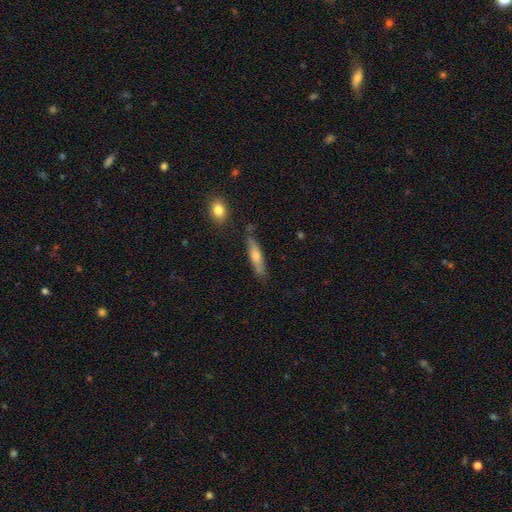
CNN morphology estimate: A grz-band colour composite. It shows a smooth galaxy with no disk features (61%) that is cigar-shaped (80%). Merging: none (76%).